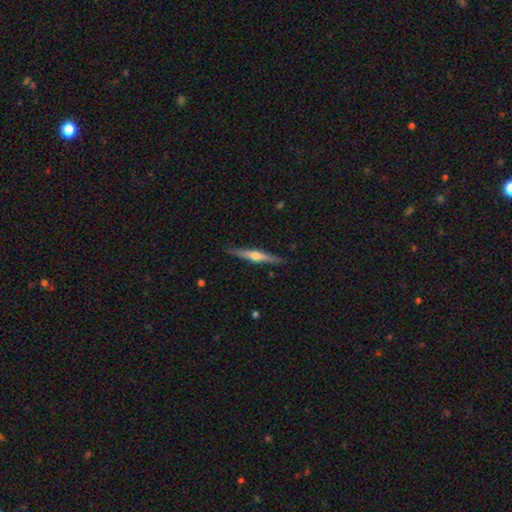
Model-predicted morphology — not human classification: Smooth or featured? Predicted: featured or disk (p=0.70). Edge-on disk? Predicted: yes (p=0.98). Edge-on bulge? Predicted: rounded (p=0.91). Merging? Predicted: none (p=0.90).